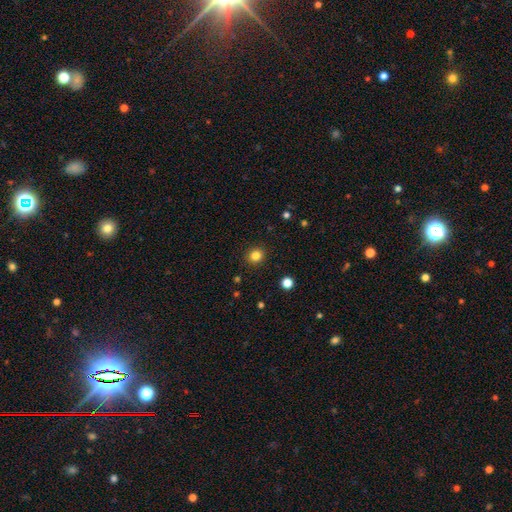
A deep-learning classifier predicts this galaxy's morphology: This is clearly a smooth galaxy (83%). How rounded: clearly round (84%). Merging: clearly none (91%).